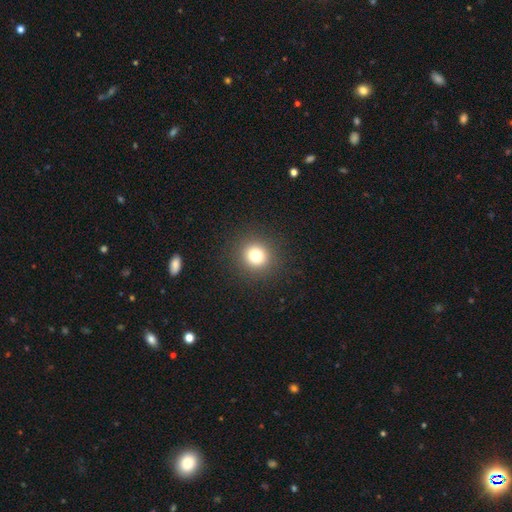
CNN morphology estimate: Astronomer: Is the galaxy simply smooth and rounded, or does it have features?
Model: smooth — 77%.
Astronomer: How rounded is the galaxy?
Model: round — 93%.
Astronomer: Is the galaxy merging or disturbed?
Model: none — 91%.